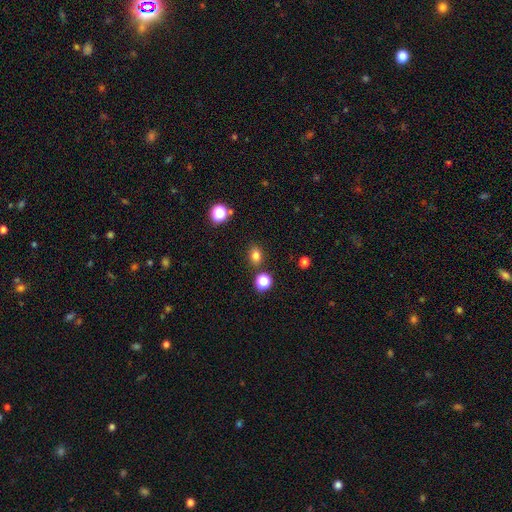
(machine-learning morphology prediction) type=smooth (79%); roundness=in between (51%); merging=none (83%).